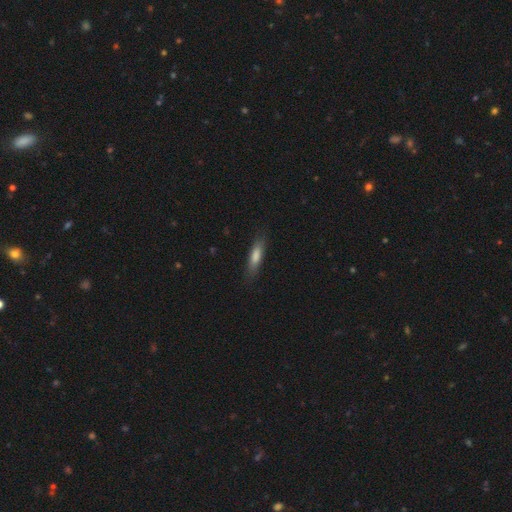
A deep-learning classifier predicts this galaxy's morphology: smooth-or-featured: smooth: 73% | featured or disk: 20% | star or artifact: 7%
  how-rounded: cigar-shaped: 70% | in between: 28% | round: 2%
  merging: none: 81% | minor disturbance: 14% | major disturbance: 3% | merger: 1%